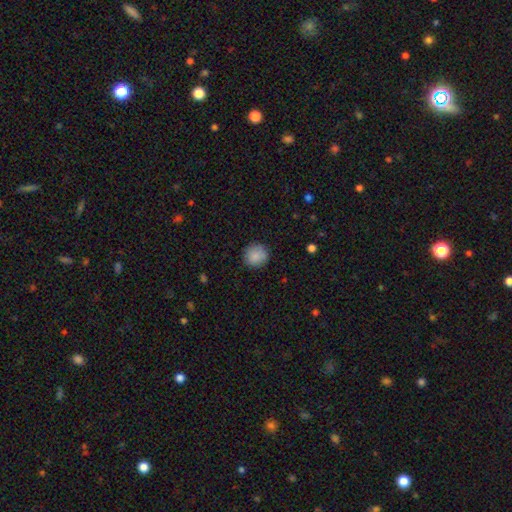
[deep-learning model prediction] smooth 87%, star or artifact 8%, featured or disk 5%. Down the decision tree: how rounded — round (91%); merging — none (86%).